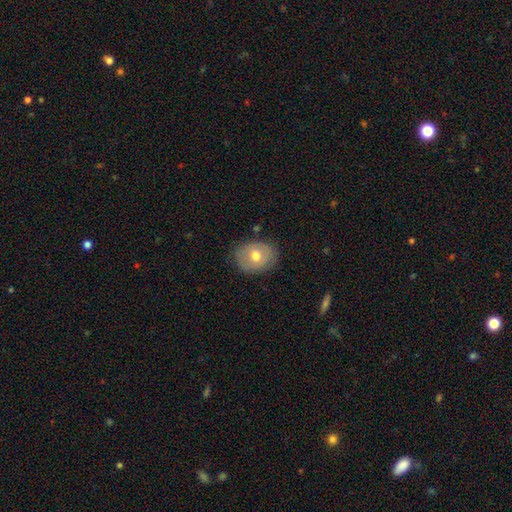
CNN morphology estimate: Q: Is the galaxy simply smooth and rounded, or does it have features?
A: smooth — 61%.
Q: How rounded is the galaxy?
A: in between — 50%.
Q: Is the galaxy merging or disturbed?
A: none — 80%.